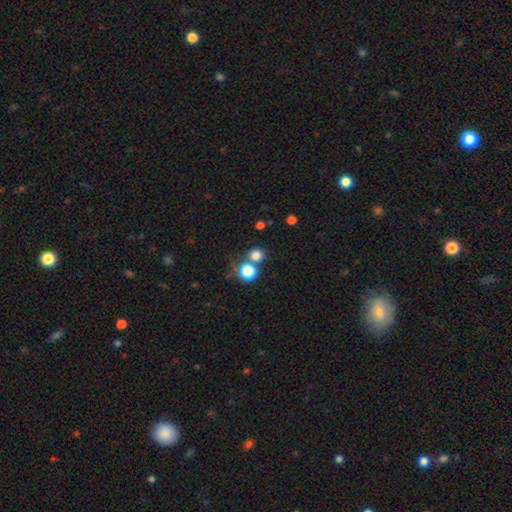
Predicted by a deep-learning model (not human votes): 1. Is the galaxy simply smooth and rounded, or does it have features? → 78% smooth, 16% star or artifact, 6% featured or disk.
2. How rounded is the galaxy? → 85% round, 14% in between, 1% cigar-shaped.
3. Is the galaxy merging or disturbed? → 64% none, 24% merger, 8% minor disturbance, 4% major disturbance.